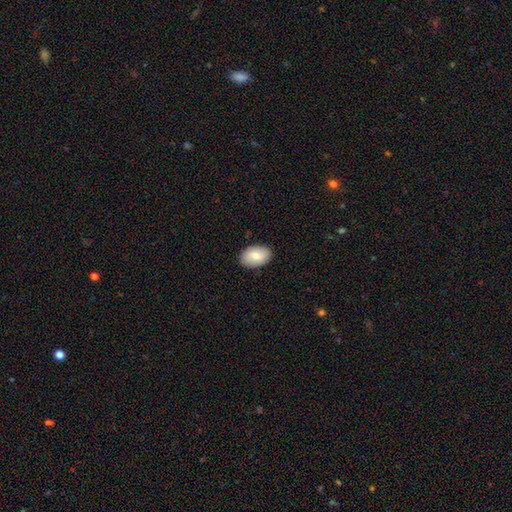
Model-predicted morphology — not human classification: Smooth or featured? smooth (77%)
How rounded? in between (90%)
Merging? none (87%)